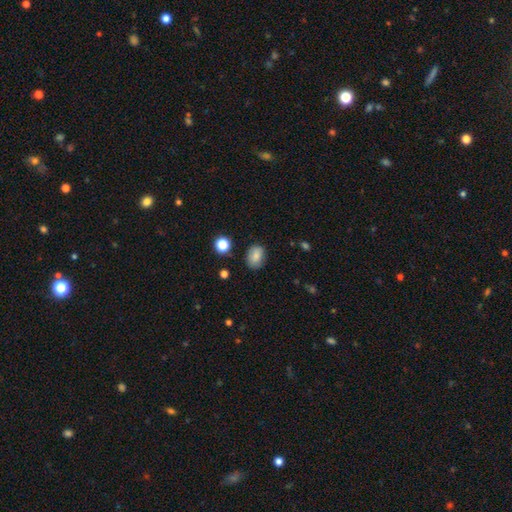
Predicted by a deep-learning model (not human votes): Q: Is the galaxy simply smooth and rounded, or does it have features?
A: smooth — 83%.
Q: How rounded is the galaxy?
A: in between — 71%.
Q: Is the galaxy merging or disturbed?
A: none — 78%.